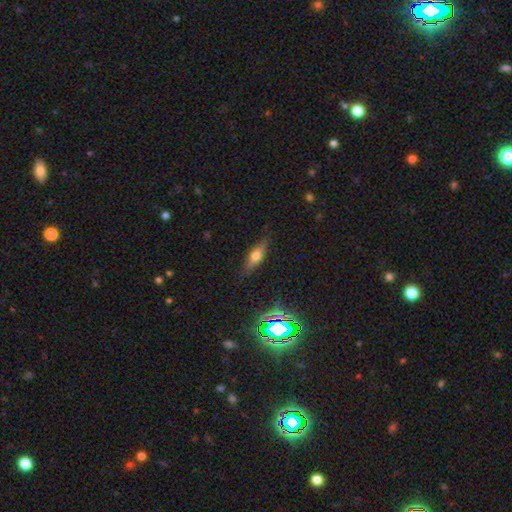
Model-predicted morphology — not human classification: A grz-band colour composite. It shows a smooth galaxy with no disk features (59%) that is in between round and cigar-shaped (62%). Merging: none (81%).